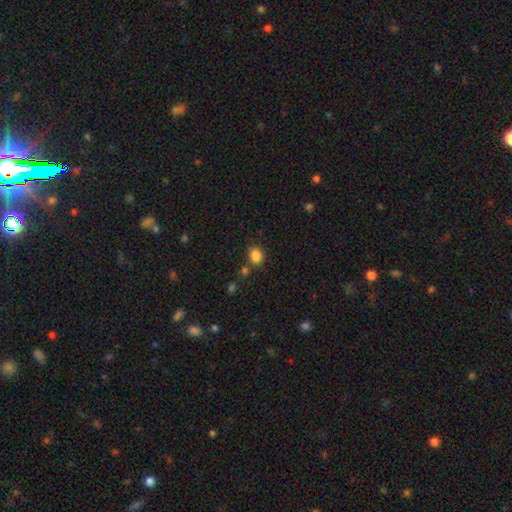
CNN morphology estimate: Smooth or featured? smooth (85%)
How rounded? in between (50%)
Merging? none (77%)